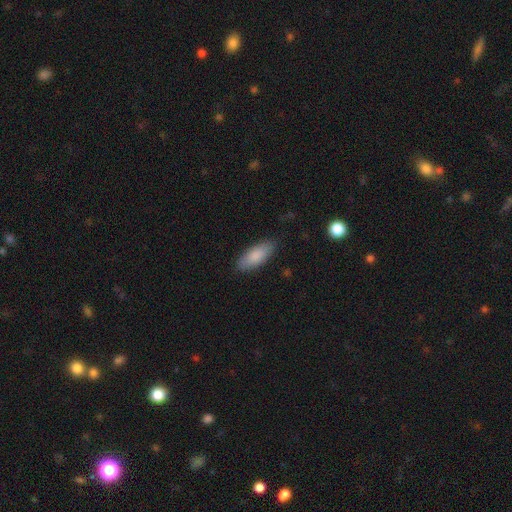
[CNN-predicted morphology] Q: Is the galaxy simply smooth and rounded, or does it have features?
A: smooth — 85%.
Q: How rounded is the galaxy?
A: in between — 75%.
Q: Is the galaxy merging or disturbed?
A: none — 86%.